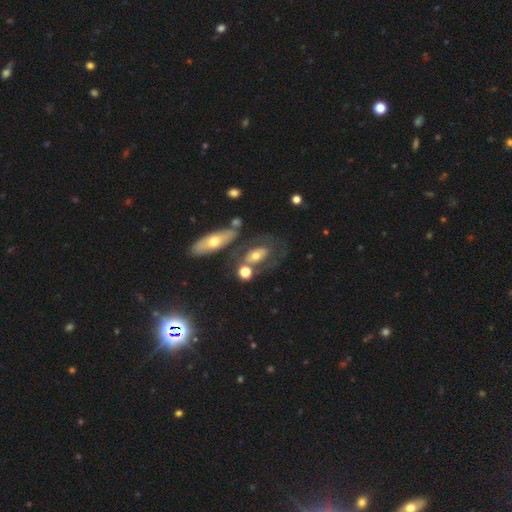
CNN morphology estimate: This appears to be a featured or disk galaxy (48%). Merging: none (51%).